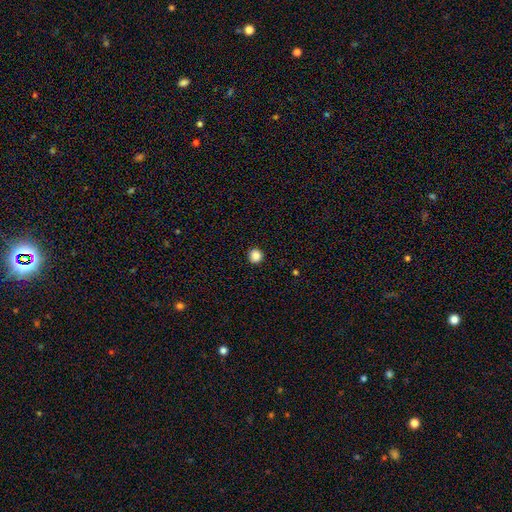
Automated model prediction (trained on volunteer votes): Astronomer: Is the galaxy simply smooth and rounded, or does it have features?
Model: smooth — 87%.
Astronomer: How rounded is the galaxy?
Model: round — 94%.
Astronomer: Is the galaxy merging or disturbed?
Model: none — 92%.